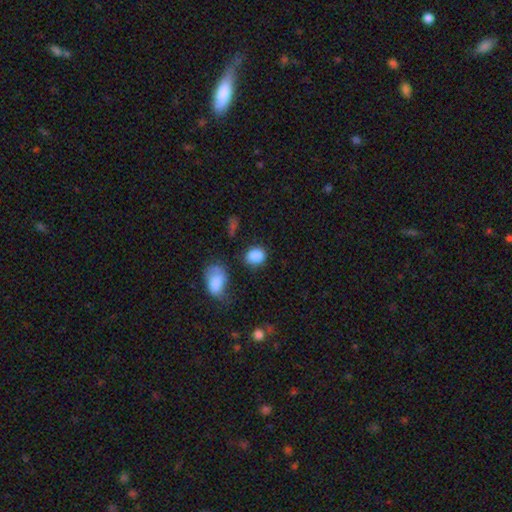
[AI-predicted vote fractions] Smooth or featured: smooth — 87% (star or artifact — 9%)
How rounded: round — 52% (in between — 47%)
Merging: none — 68% (minor disturbance — 19%)